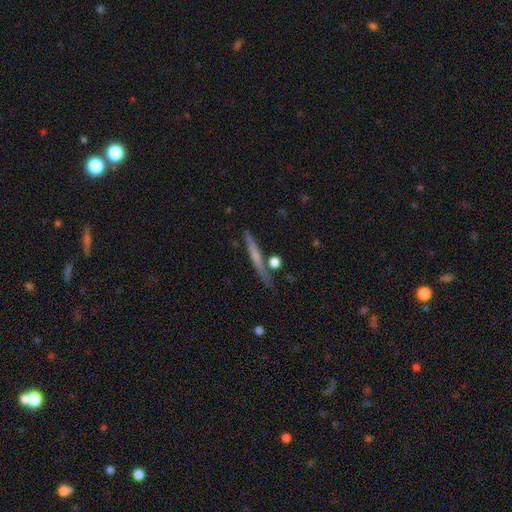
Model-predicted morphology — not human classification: Smooth or featured? Predicted: smooth (p=0.47). Merging? Predicted: none (p=0.79).